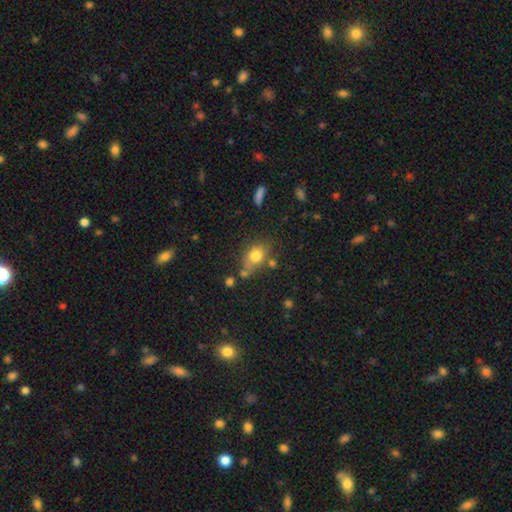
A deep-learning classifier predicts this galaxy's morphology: Smooth or featured? Predicted: smooth (p=0.76). How rounded? Predicted: in between (p=0.57). Merging? Predicted: none (p=0.54).